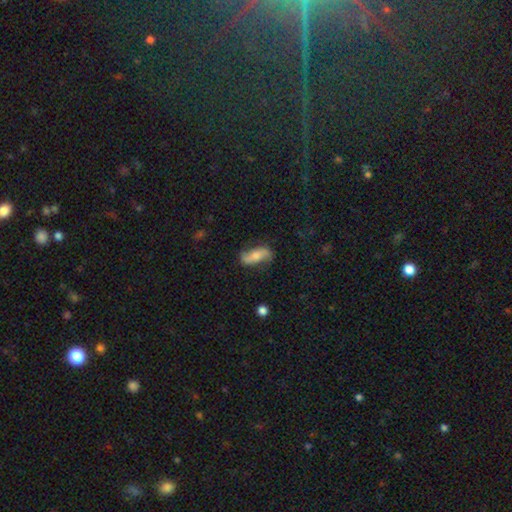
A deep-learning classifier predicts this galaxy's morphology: Q: Smooth or featured?
A: featured or disk (57%); runner-up: smooth (36%)
Q: Edge-on disk?
A: no (86%); runner-up: yes (14%)
Q: Merging?
A: none (74%); runner-up: minor disturbance (18%)